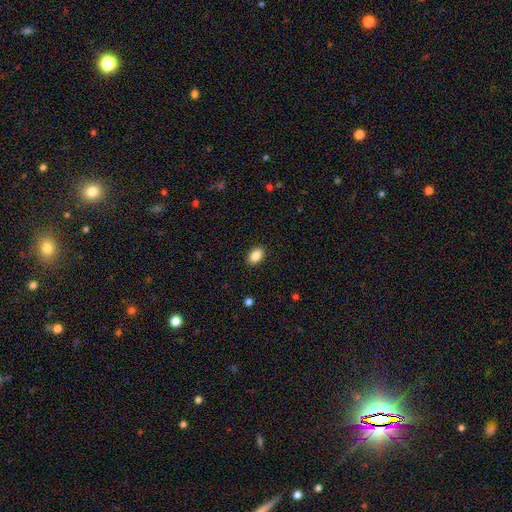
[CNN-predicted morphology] smooth 87%, star or artifact 8%, featured or disk 5%. Down the decision tree: how rounded — in between (84%); merging — none (90%).